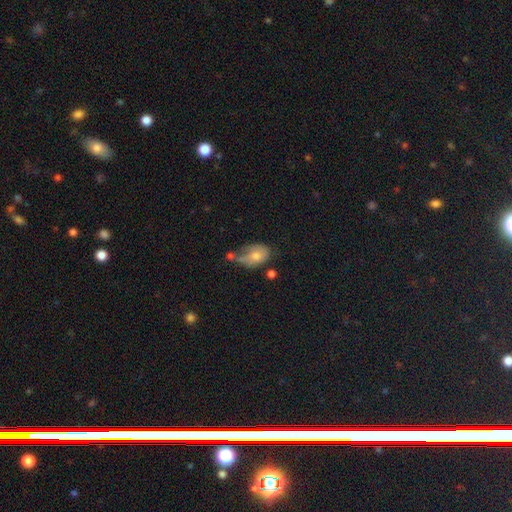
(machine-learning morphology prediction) smooth 68%, featured or disk 24%, star or artifact 8%. Down the decision tree: how rounded — in between (82%); merging — minor disturbance (30%).